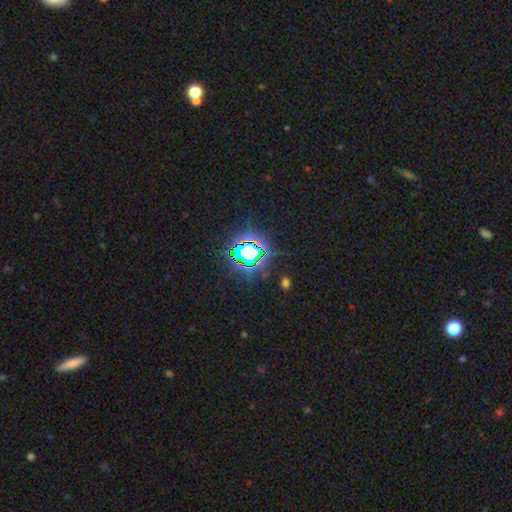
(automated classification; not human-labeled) Overall: star or artifact (75%).